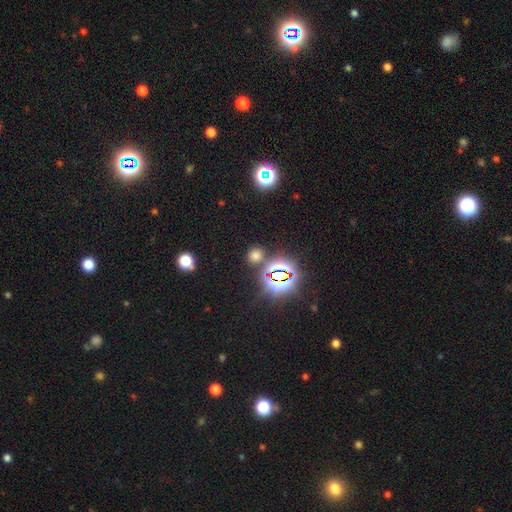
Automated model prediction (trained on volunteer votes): Smooth or featured? Predicted: smooth (p=0.56). How rounded? Predicted: round (p=0.71). Merging? Predicted: none (p=0.81).